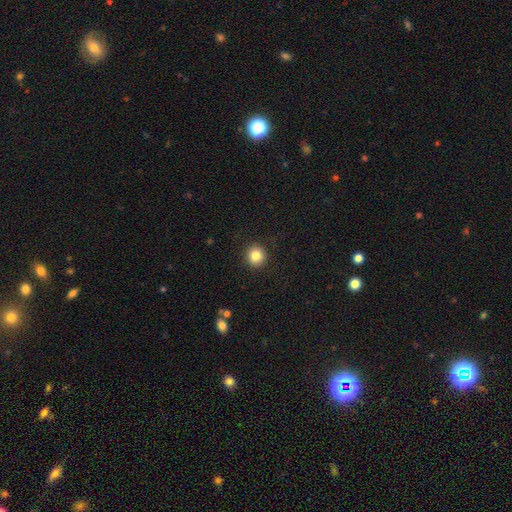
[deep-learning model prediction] A smooth galaxy with no disk features (83%) that is round (92%).

Vote fractions:
- Smooth or featured? smooth: 83% / star or artifact: 10% / featured or disk: 7%
- How rounded? round: 92% / in between: 7% / cigar-shaped: 1%
- Merging? none: 91% / minor disturbance: 6% / major disturbance: 2% / merger: 1%